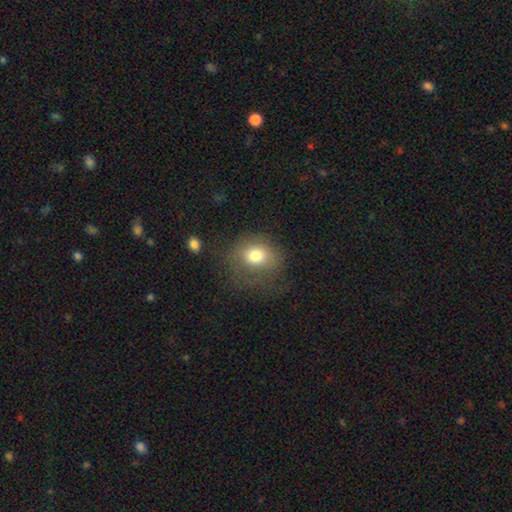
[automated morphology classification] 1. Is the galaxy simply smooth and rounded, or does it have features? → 75% smooth, 15% featured or disk, 10% star or artifact.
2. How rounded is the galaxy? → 65% round, 34% in between, 1% cigar-shaped.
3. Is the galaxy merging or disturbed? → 54% none, 23% minor disturbance, 21% major disturbance, 2% merger.